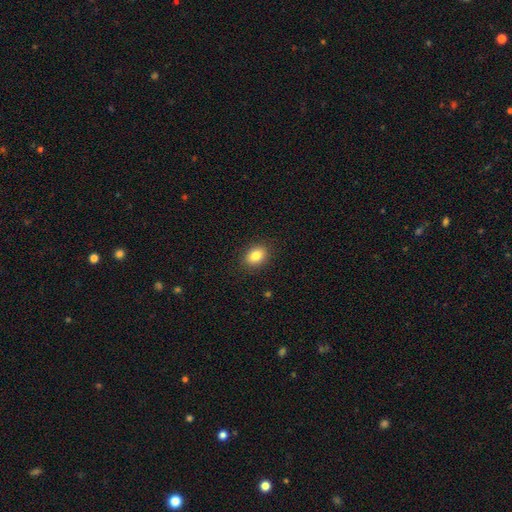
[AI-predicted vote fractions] Overall: smooth (84%). How rounded: in between (71%). Merging: none (89%).